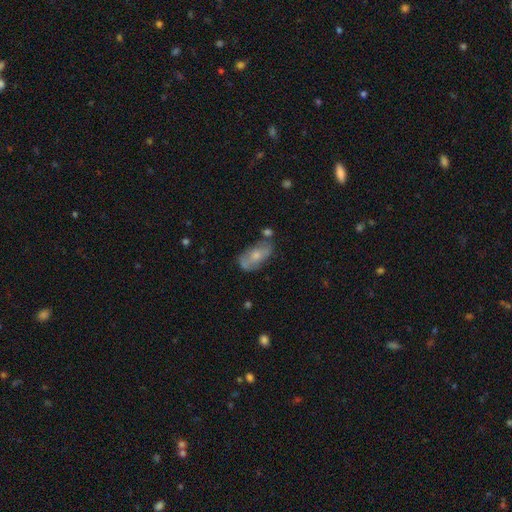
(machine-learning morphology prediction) A smooth galaxy with no disk features (52%) that is in between round and cigar-shaped (88%). Merging: none (56%).